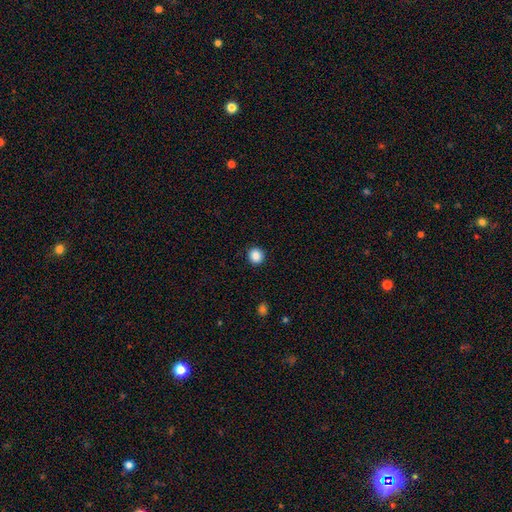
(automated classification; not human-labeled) Smooth or featured?
  - smooth: 87% *
  - star or artifact: 10%
  - featured or disk: 3%
How rounded?
  - round: 91% *
  - in between: 8%
  - cigar-shaped: 1%
Merging?
  - none: 92% *
  - minor disturbance: 5%
  - major disturbance: 2%
  - merger: 1%